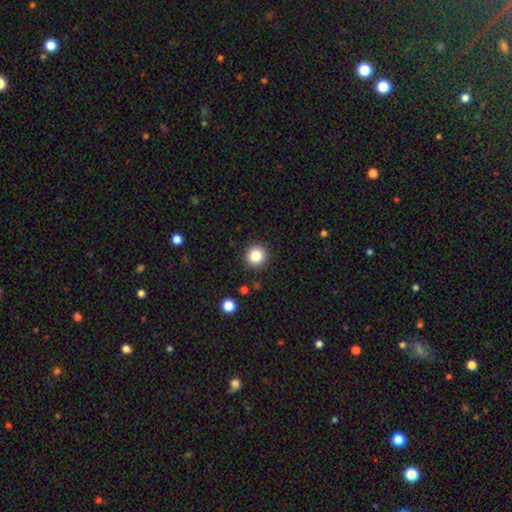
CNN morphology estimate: Smooth or featured?
  - smooth: 84% *
  - star or artifact: 11%
  - featured or disk: 6%
How rounded?
  - round: 95% *
  - in between: 4%
  - cigar-shaped: 1%
Merging?
  - none: 91% *
  - minor disturbance: 5%
  - major disturbance: 2%
  - merger: 1%